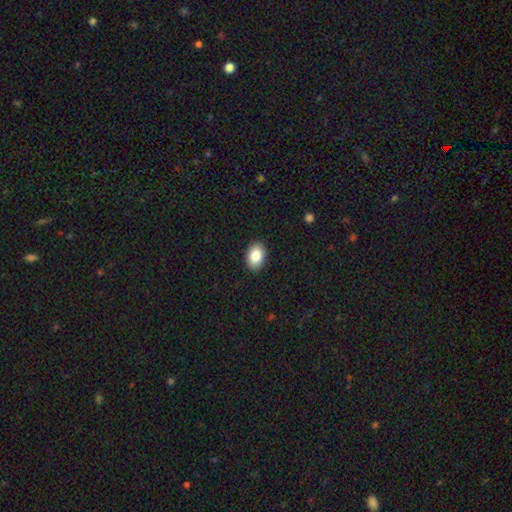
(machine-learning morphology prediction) Smooth or featured? Predicted: smooth (p=0.85). How rounded? Predicted: in between (p=0.84). Merging? Predicted: none (p=0.90).